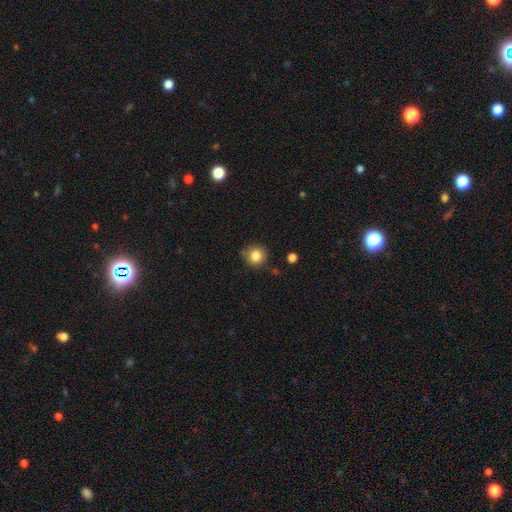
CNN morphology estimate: smooth-or-featured: smooth: 84% | star or artifact: 11% | featured or disk: 6%
  how-rounded: round: 89% | in between: 10% | cigar-shaped: 1%
  merging: none: 79% | minor disturbance: 14% | merger: 3% | major disturbance: 3%